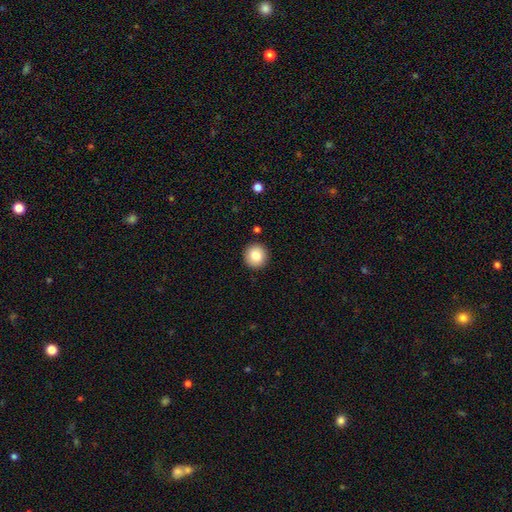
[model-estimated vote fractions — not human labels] Overall: smooth (83%). How rounded: round (92%). Merging: none (91%).